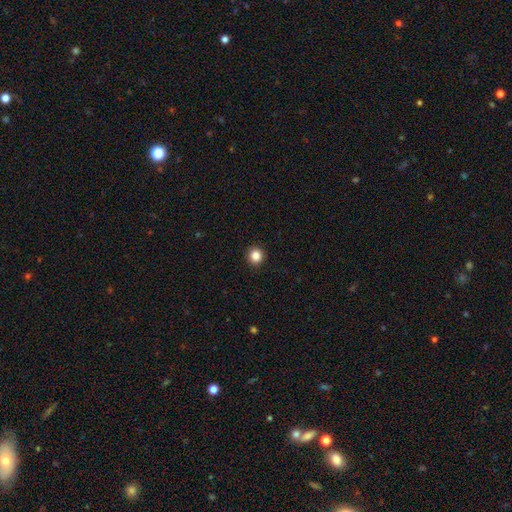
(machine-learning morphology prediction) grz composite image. It shows a smooth galaxy with no disk features (85%) that is round (92%). Merging: none (93%).